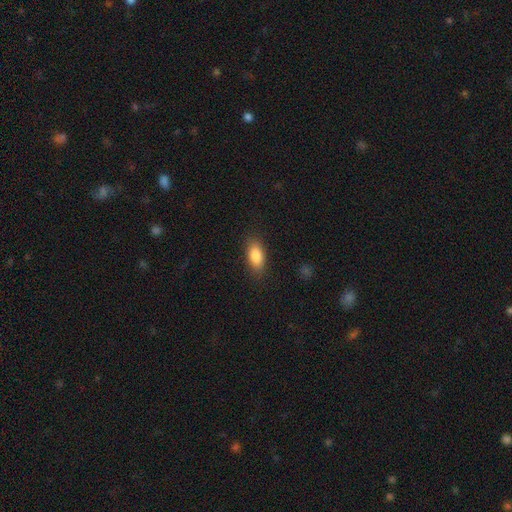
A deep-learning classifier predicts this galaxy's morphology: Smooth or featured? Predicted: smooth (p=0.86). How rounded? Predicted: in between (p=0.87). Merging? Predicted: none (p=0.84).